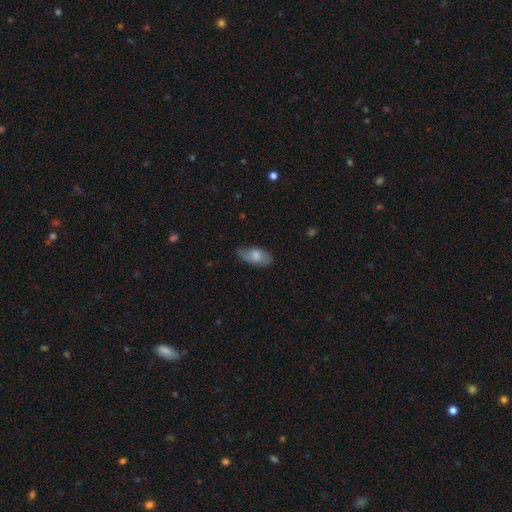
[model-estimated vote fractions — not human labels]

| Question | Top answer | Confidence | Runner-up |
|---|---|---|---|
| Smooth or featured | smooth | 75% | featured or disk (18%) |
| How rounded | in between | 91% | cigar-shaped (7%) |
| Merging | none | 66% | minor disturbance (27%) |